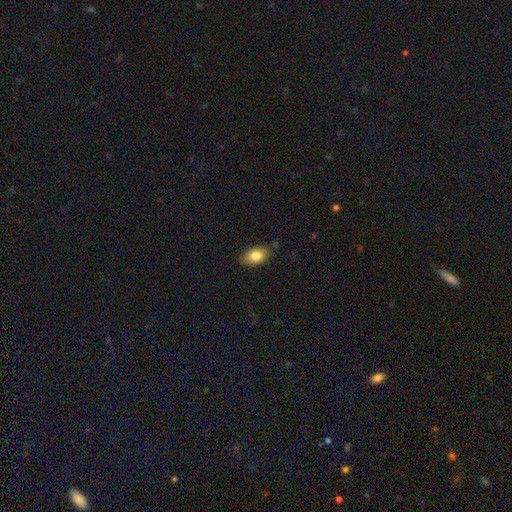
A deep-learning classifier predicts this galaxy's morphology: smooth 81%, featured or disk 11%, star or artifact 7%. Down the decision tree: how rounded — in between (90%); merging — none (79%).